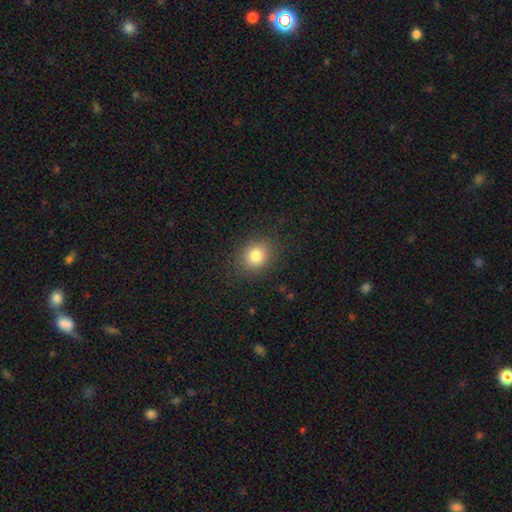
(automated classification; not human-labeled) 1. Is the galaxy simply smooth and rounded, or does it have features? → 81% smooth, 11% star or artifact, 7% featured or disk.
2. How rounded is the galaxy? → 63% round, 36% in between, 1% cigar-shaped.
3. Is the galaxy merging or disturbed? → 87% none, 9% minor disturbance, 3% major disturbance, 1% merger.